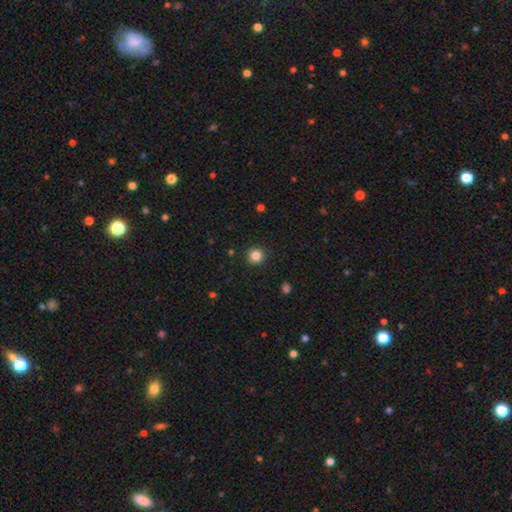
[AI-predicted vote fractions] Morphology: type=smooth (84%); roundness=round (95%); merging=none (92%).